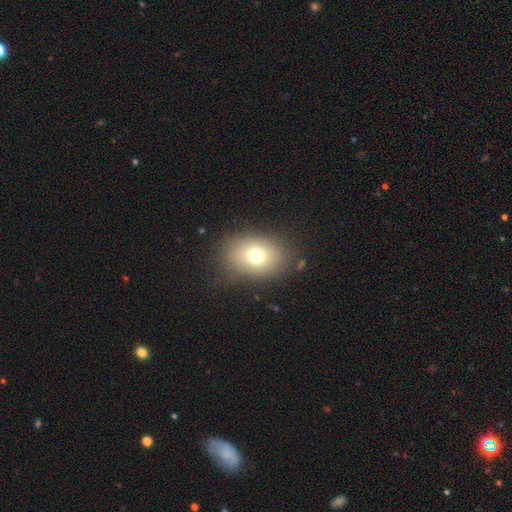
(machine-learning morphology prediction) Smooth or featured? smooth (73%)
How rounded? in between (66%)
Merging? none (81%)